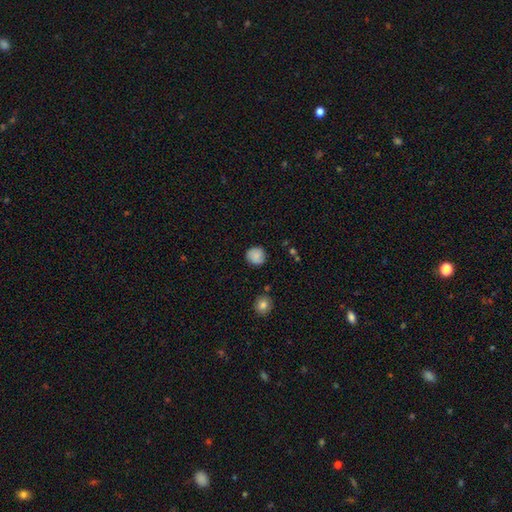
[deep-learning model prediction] The model was most divided on "merging": none: 82%, minor disturbance: 13%, major disturbance: 3%, merger: 2%. More confident: how rounded — round (89%); smooth or featured — smooth (82%).